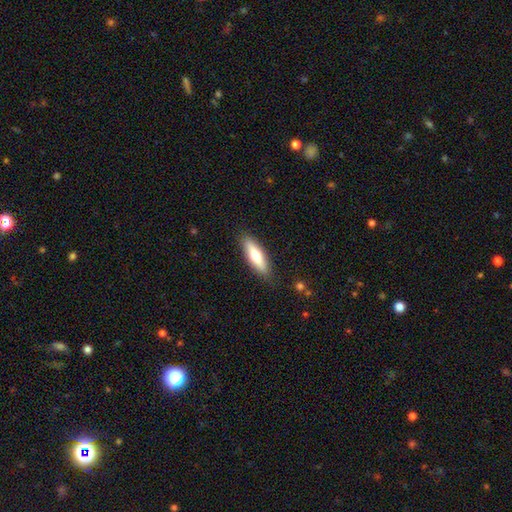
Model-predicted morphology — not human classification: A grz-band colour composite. It shows a smooth galaxy with no disk features (64%) that is cigar-shaped (58%). Merging: none (87%).